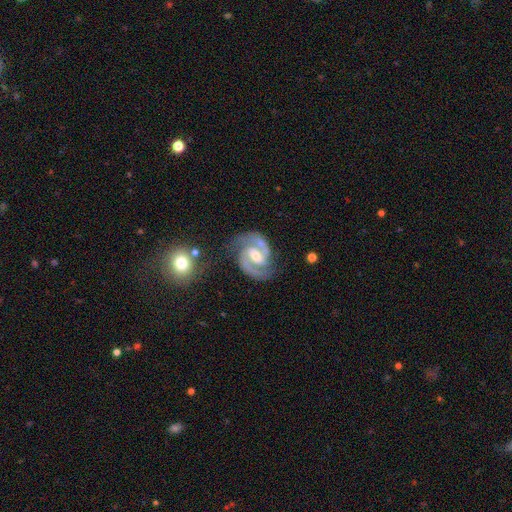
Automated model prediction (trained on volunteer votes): Smooth or featured?
  - featured or disk: 92% *
  - star or artifact: 4%
  - smooth: 4%
Edge-on disk?
  - no: 98% *
  - yes: 2%
Bar?
  - weak: 44% *
  - strong: 38%
  - no: 18%
Spiral arms?
  - yes: 98% *
  - no: 2%
Spiral winding?
  - medium: 56% *
  - tight: 36%
  - loose: 8%
Spiral arm count?
  - 2: 93% *
  - 3: 2%
  - can't tell: 2%
  - 1: 1%
  - 4: 1%
  - more than 4: 1%
Bulge size?
  - moderate: 59% *
  - small: 34%
  - large: 4%
  - none: 2%
  - dominant: 1%
Merging?
  - none: 75% *
  - minor disturbance: 14%
  - merger: 6%
  - major disturbance: 5%